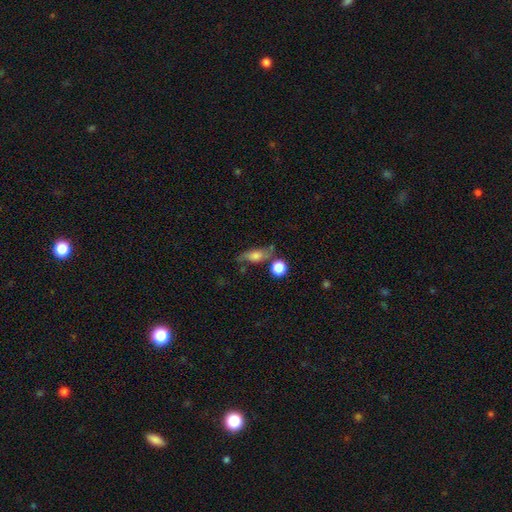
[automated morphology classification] smooth-or-featured: smooth: 59% | featured or disk: 31% | star or artifact: 11%
  how-rounded: in between: 64% | cigar-shaped: 22% | round: 14%
  merging: none: 55% | minor disturbance: 22% | merger: 13% | major disturbance: 10%